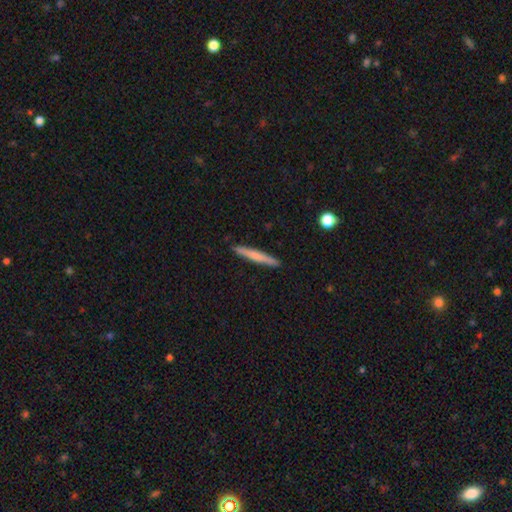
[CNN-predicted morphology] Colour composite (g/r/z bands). It shows a smooth galaxy with no disk features (61%) that is cigar-shaped (96%). Merging: none (91%).